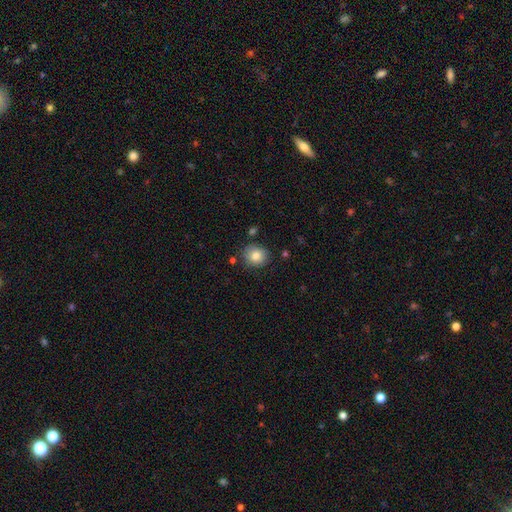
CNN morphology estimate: smooth-or-featured: smooth: 82% | star or artifact: 9% | featured or disk: 8%
  how-rounded: round: 75% | in between: 24% | cigar-shaped: 1%
  merging: none: 82% | minor disturbance: 12% | merger: 3% | major disturbance: 3%